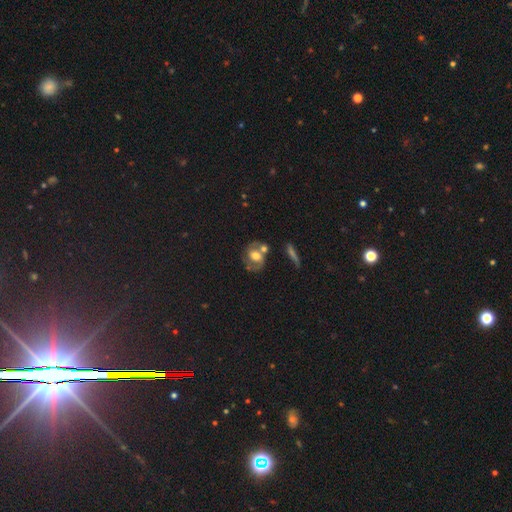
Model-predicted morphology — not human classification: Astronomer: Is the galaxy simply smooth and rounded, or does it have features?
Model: featured or disk — 55% (runner-up: smooth, 37%).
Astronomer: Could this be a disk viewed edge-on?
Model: no — 93%.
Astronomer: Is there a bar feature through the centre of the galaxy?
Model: no — 50% (runner-up: weak, 35%).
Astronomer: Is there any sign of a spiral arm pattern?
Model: yes — 64%.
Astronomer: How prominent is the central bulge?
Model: moderate — 58%.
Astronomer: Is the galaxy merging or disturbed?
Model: none — 53%.